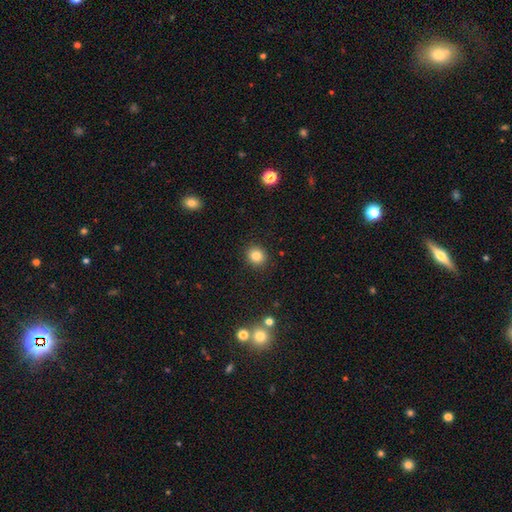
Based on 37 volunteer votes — Smooth or featured?
  - smooth: 92% *
  - featured or disk: 5%
  - star or artifact: 3%
How rounded?
  - round: 79% *
  - in between: 21%
  - cigar-shaped: 0%
Merging?
  - none: 94% *
  - minor disturbance: 6%
  - major disturbance: 0%
  - merger: 0%